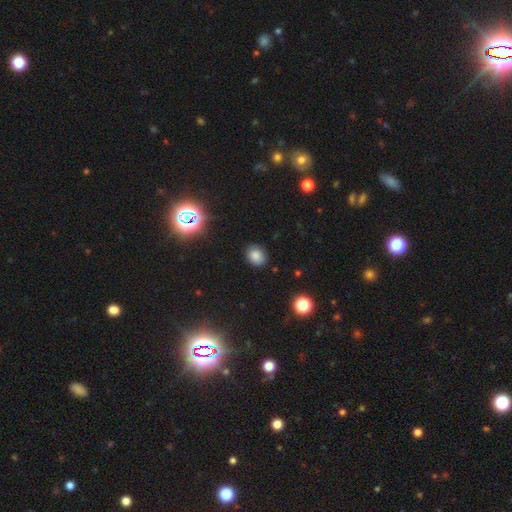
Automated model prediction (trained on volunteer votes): This is clearly a smooth galaxy (80%). How rounded: possibly round (56%). Merging: clearly none (85%).